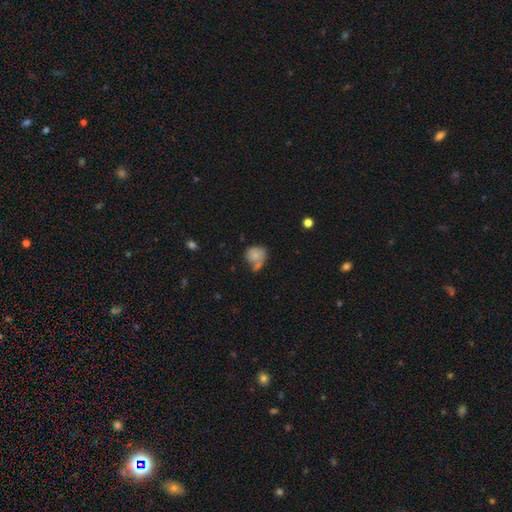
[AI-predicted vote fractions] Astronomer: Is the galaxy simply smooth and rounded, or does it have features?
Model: smooth — 74%.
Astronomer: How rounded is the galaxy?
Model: round — 71%.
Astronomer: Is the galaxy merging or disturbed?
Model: none — 41% (runner-up: merger, 24%).